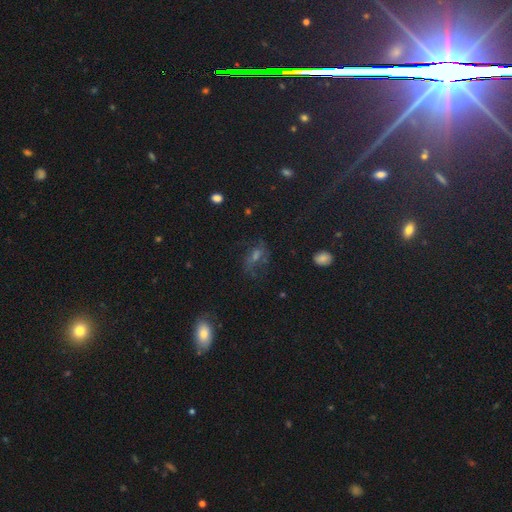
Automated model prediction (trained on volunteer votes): Smooth or featured? featured or disk (40%)
Merging? none (55%)